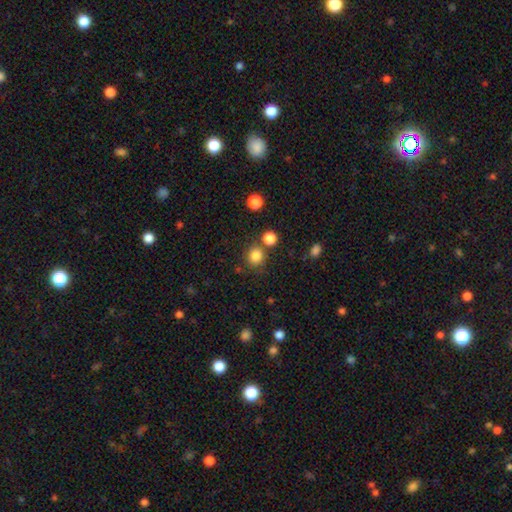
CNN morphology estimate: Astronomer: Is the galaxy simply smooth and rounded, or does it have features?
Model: smooth — 83%.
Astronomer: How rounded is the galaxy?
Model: round — 86%.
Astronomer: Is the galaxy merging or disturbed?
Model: none — 76%.